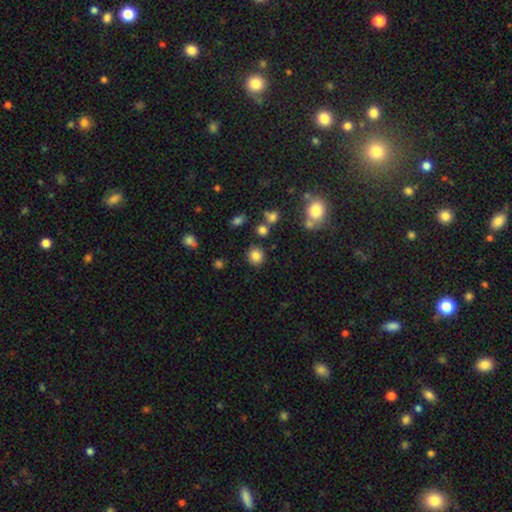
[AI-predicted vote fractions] This appears to be a smooth galaxy with no disk features (83%) that is round (88%). Merging: none (85%).